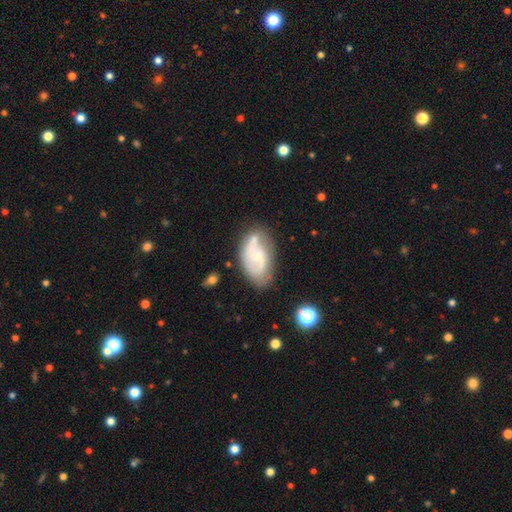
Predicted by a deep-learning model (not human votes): Overall: featured or disk (68%). Edge-on disk: no (96%). Bar: no (58%; weak 36%). Spiral arms: yes (82%). Spiral arm count: 2 (66%). Spiral winding: medium (44%; tight 31%). Bulge size: small (57%; moderate 34%). Merging: none (61%; minor disturbance 23%).